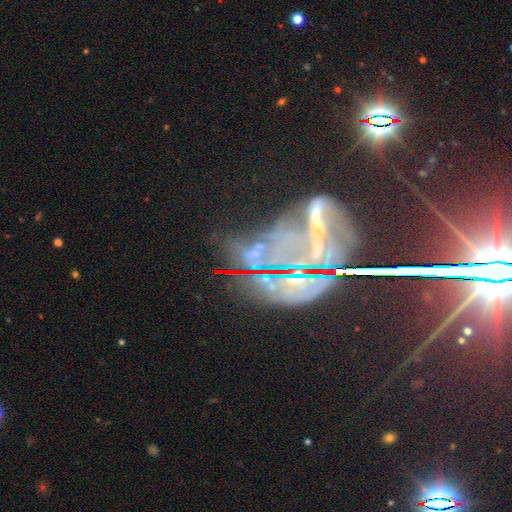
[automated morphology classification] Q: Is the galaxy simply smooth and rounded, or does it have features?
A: star or artifact — 51%.